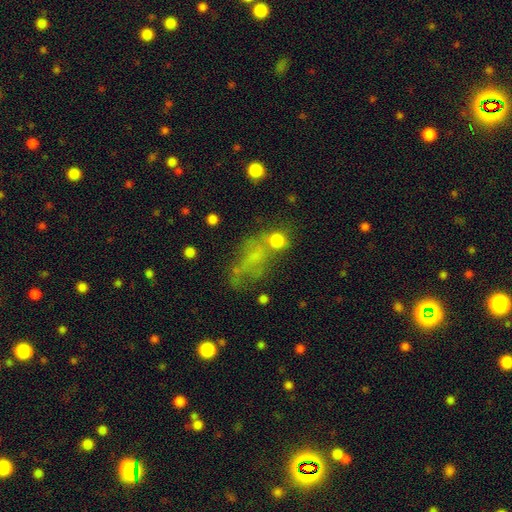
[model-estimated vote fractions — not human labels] smooth-or-featured: smooth: 45% | featured or disk: 32% | star or artifact: 24%
  merging: none: 41% | major disturbance: 26% | minor disturbance: 22% | merger: 11%